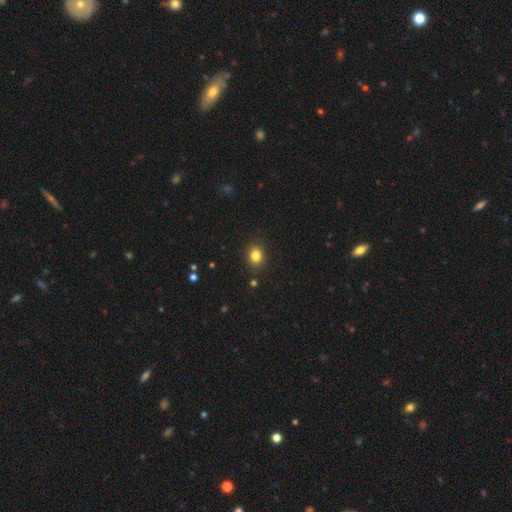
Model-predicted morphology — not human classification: This is clearly a smooth galaxy (82%). How rounded: likely round (62%). Merging: clearly none (89%).